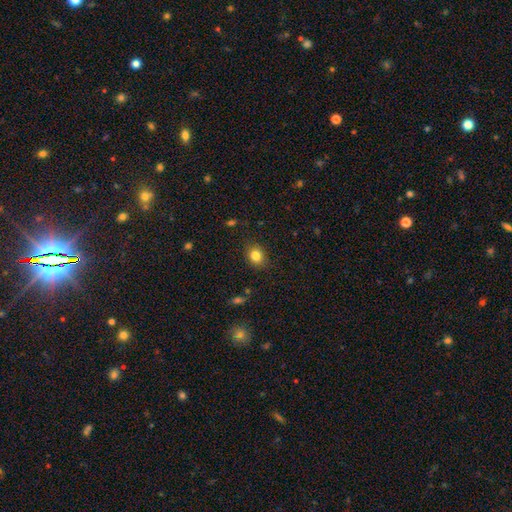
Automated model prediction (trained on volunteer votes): Morphology: type=smooth (83%); roundness=round (61%); merging=none (85%).